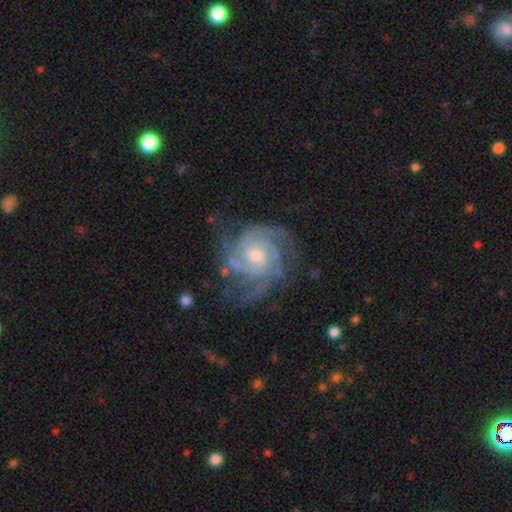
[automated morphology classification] The model was most divided on "bulge size": small: 49%, moderate: 46%, large: 2%, none: 2%, dominant: 1%. Remaining: spiral arms — yes (98%); edge-on disk — no (98%); smooth or featured — featured or disk (92%); merging — none (70%); bar — no (68%); spiral winding — tight (67%); spiral arm count — 3 (37%).